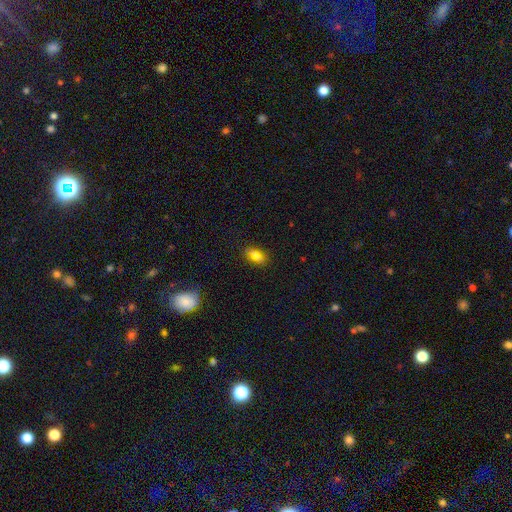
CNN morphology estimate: Q: Smooth or featured?
A: smooth (60%); runner-up: star or artifact (23%)
Q: How rounded?
A: in between (60%); runner-up: round (24%)
Q: Merging?
A: none (88%); runner-up: minor disturbance (8%)